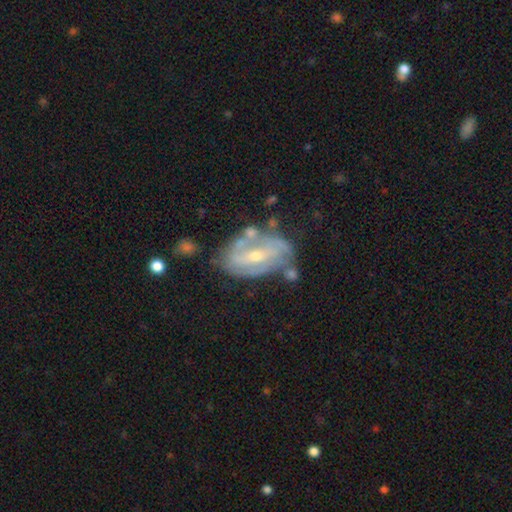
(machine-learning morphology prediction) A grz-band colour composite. It shows a featured or disk galaxy (83%) with a strong bar (40%), 2 (54%) tight (43%) spiral arms (84%) and a small central bulge (54%). Merging: none (55%).